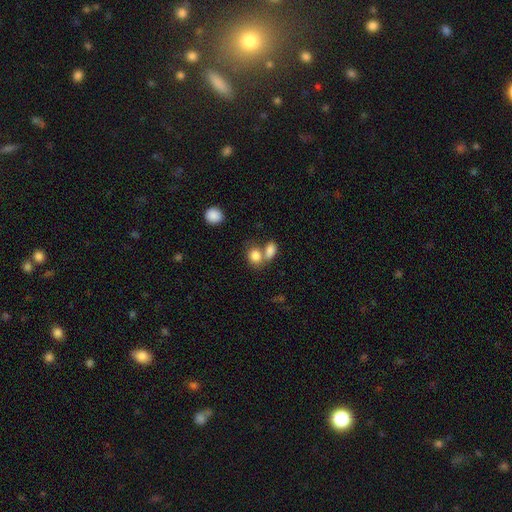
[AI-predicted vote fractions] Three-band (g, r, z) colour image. It shows a smooth galaxy with no disk features (83%) that is in between round and cigar-shaped (57%). Merging: merger (52%).